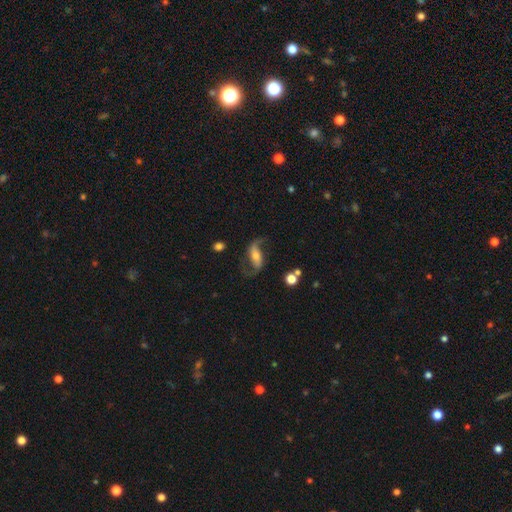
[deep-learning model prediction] Overall: featured or disk (84%). Edge-on disk: no (94%). Bar: strong (39%; weak 33%). Spiral arms: yes (95%). Spiral arm count: 2 (92%). Spiral winding: loose (80%). Bulge size: moderate (51%; small 37%). Merging: none (71%).